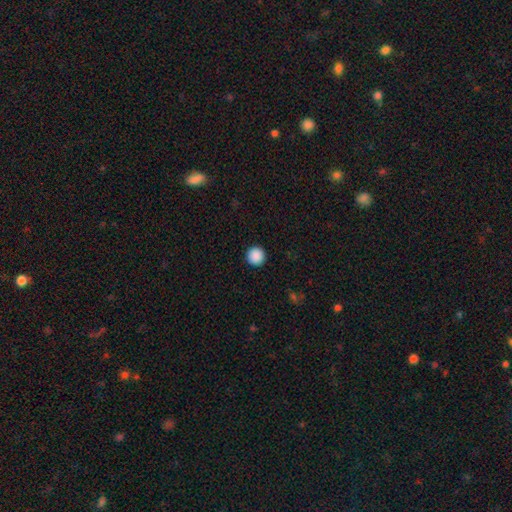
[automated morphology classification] Q: Smooth or featured?
A: smooth (89%); runner-up: star or artifact (9%)
Q: How rounded?
A: round (96%); runner-up: in between (3%)
Q: Merging?
A: none (93%); runner-up: minor disturbance (4%)